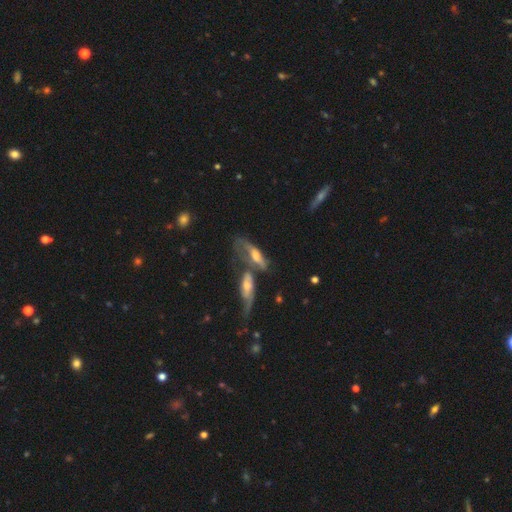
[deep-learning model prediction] Smooth or featured? featured or disk (56%)
Edge-on disk? no (52%)
Merging? merger (51%)